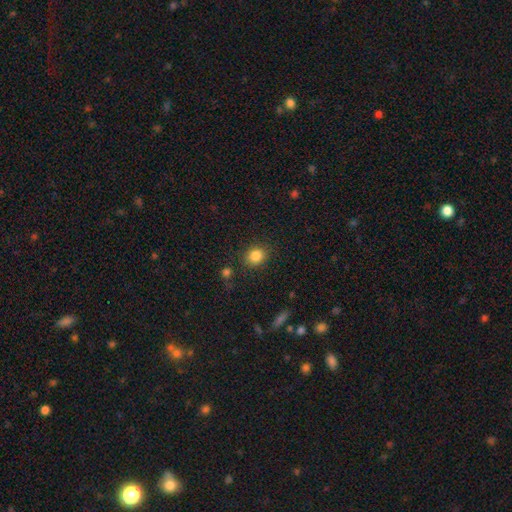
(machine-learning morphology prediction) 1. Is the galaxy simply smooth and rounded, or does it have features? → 84% smooth, 11% star or artifact, 5% featured or disk.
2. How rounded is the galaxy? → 70% round, 29% in between, 1% cigar-shaped.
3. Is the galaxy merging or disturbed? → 85% none, 9% minor disturbance, 3% major disturbance, 3% merger.